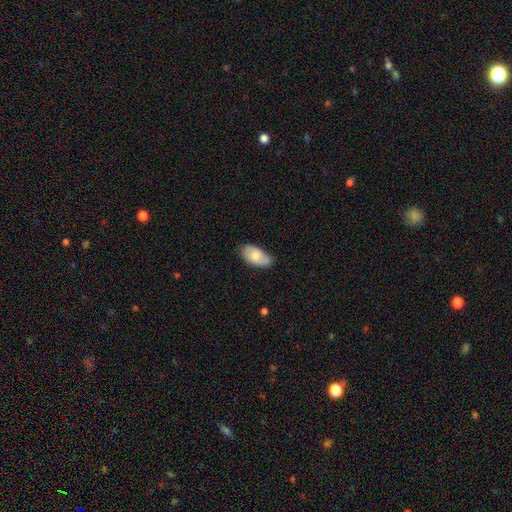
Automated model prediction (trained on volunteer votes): smooth_or_featured: smooth (p=0.73) [alt: featured or disk p=0.21]
how_rounded: in between (p=0.94) [alt: round p=0.03]
merging: none (p=0.66) [alt: minor disturbance p=0.28]